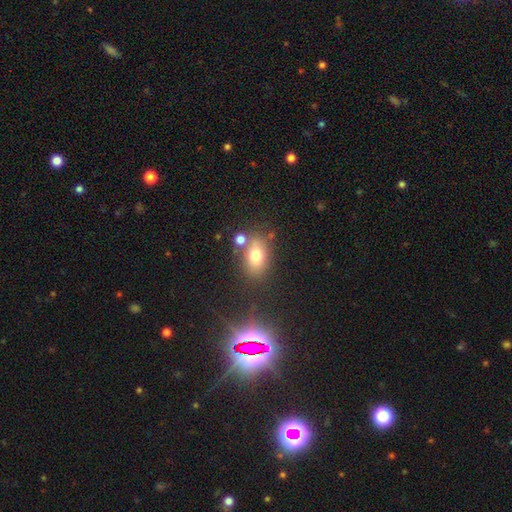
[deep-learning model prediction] The model was most divided on "merging": none: 66%, merger: 15%, minor disturbance: 14%, major disturbance: 5%. More confident: how rounded — in between (76%); smooth or featured — smooth (72%).